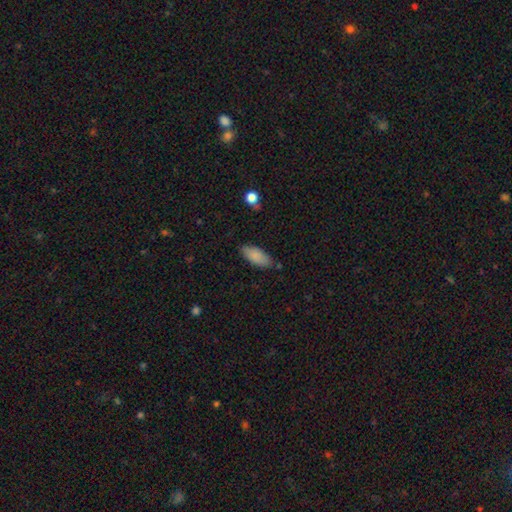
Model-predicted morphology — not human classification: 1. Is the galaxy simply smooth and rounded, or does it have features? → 86% smooth, 8% featured or disk, 6% star or artifact.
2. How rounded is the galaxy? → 86% in between, 12% cigar-shaped, 2% round.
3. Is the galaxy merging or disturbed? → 78% none, 17% minor disturbance, 3% major disturbance, 2% merger.